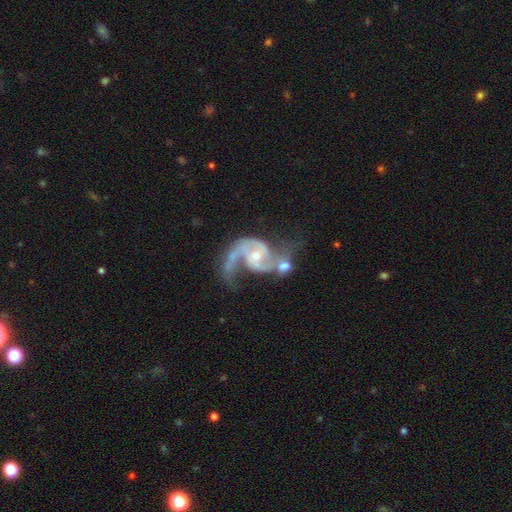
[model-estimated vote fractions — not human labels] Overall: featured or disk (89%). Edge-on disk: no (98%). Bar: no (51%; weak 36%). Spiral arms: yes (96%). Spiral arm count: 2 (83%). Spiral winding: medium (46%; loose 41%). Bulge size: small (52%; moderate 44%). Merging: merger (43%; none 25%).